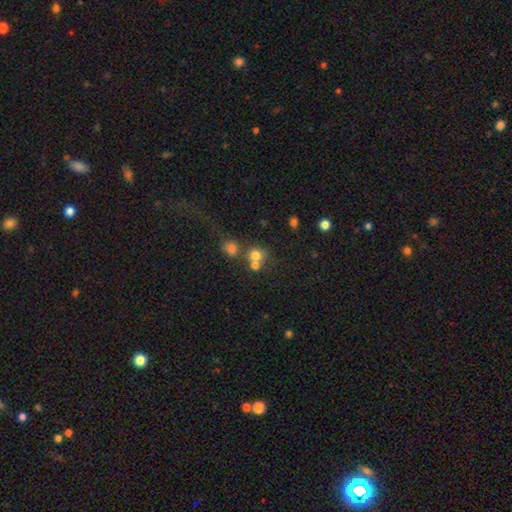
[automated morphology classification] smooth 72%, star or artifact 17%, featured or disk 12%. Down the decision tree: how rounded — round (84%); merging — none (49%).